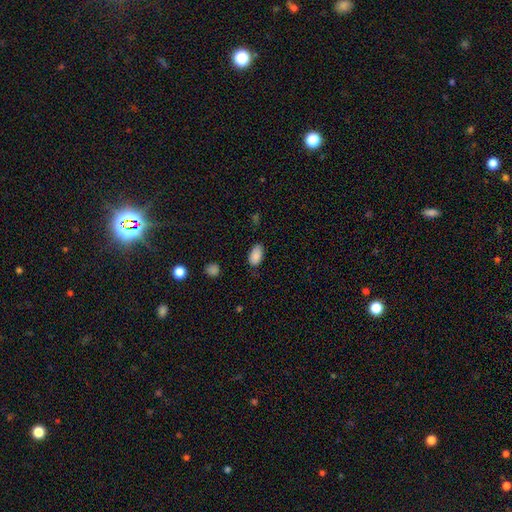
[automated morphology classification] Overall: smooth (88%). How rounded: in between (94%). Merging: none (79%).